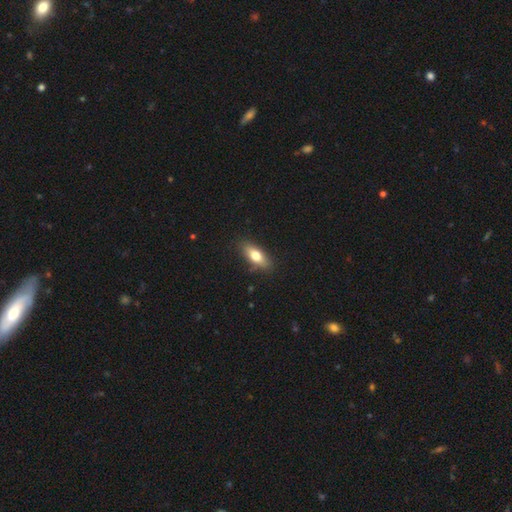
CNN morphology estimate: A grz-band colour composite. It shows a smooth galaxy with no disk features (70%) that is in between round and cigar-shaped (74%). Merging: none (85%).